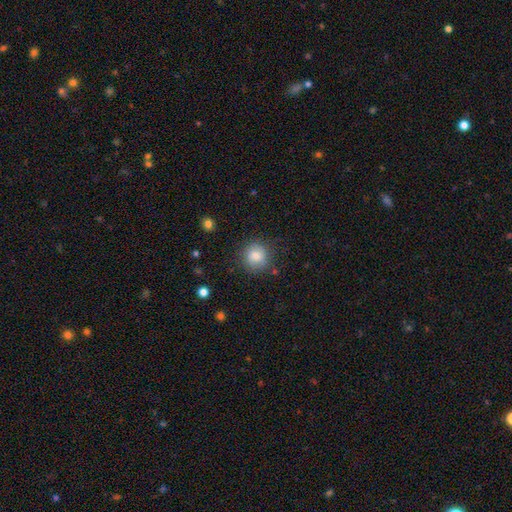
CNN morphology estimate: type=smooth (79%); roundness=round (89%); merging=none (83%).